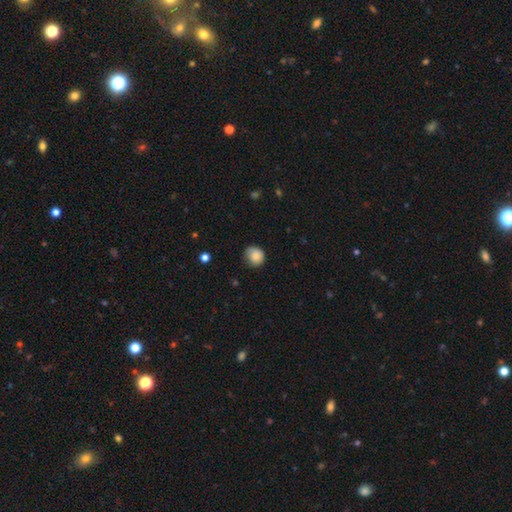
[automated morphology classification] This appears to be a smooth galaxy with no disk features (85%) that is round (85%). Merging: none (68%).